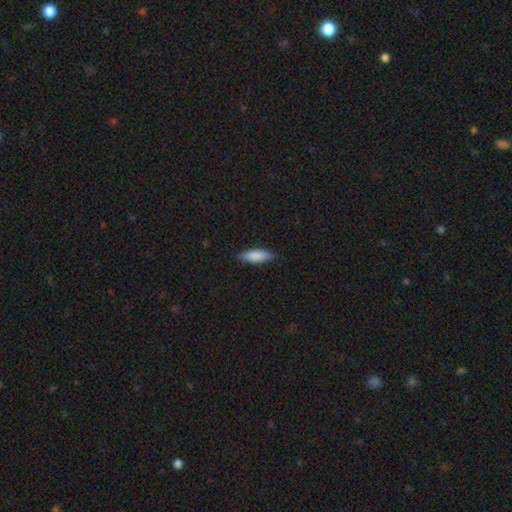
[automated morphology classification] A smooth galaxy with no disk features (84%) that is cigar-shaped (50%). Merging: none (86%).